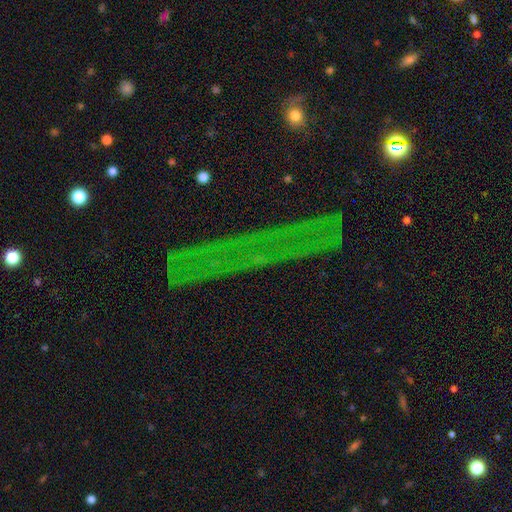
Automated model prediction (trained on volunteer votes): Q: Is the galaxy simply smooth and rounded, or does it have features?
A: star or artifact — 62%.